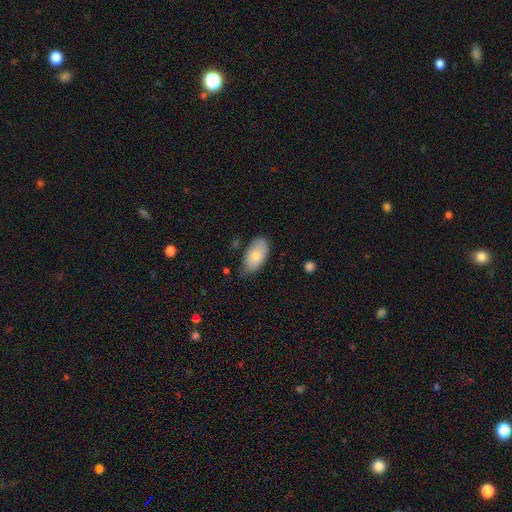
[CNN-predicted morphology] Smooth or featured?
  - smooth: 77% *
  - featured or disk: 17%
  - star or artifact: 6%
How rounded?
  - in between: 94% *
  - round: 3%
  - cigar-shaped: 2%
Merging?
  - none: 61% *
  - minor disturbance: 31%
  - major disturbance: 5%
  - merger: 3%